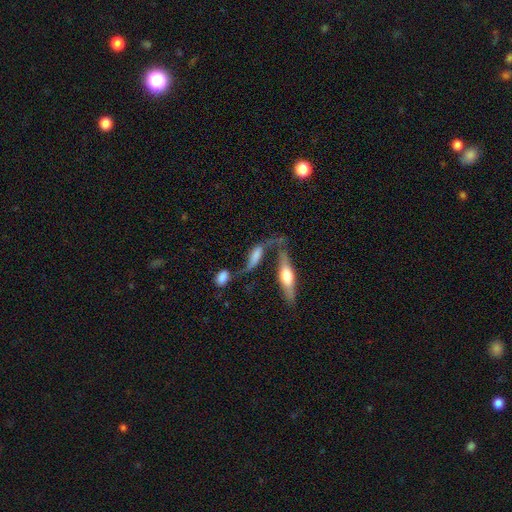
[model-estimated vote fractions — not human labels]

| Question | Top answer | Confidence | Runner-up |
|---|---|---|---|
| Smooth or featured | featured or disk | 58% | smooth (33%) |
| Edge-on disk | no | 63% | yes (37%) |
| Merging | none | 35% | merger (29%) |